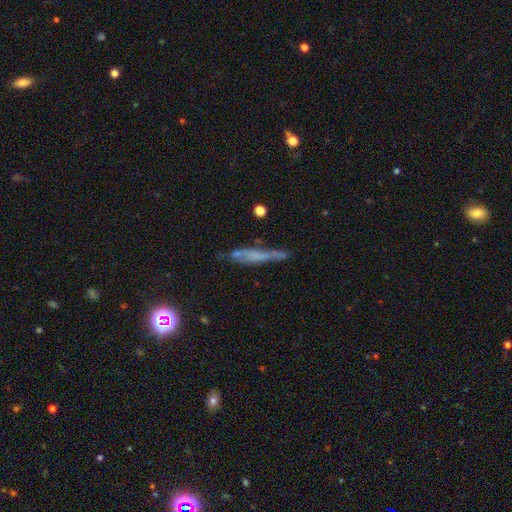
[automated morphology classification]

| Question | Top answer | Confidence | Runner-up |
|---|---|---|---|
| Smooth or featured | featured or disk | 46% | smooth (43%) |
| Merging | none | 53% | minor disturbance (25%) |